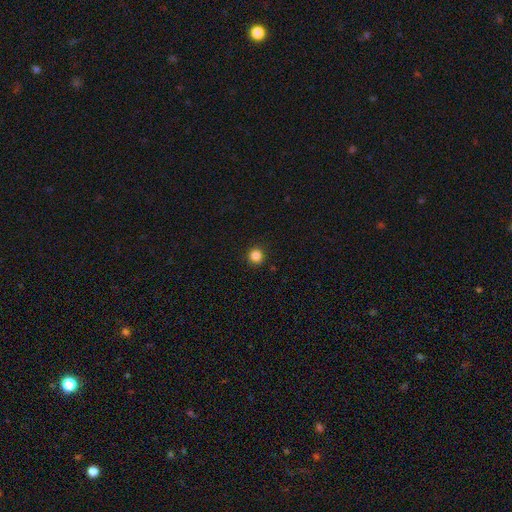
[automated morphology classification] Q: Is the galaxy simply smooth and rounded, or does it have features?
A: smooth — 85%.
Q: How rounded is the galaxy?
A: round — 95%.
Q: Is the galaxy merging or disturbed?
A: none — 92%.